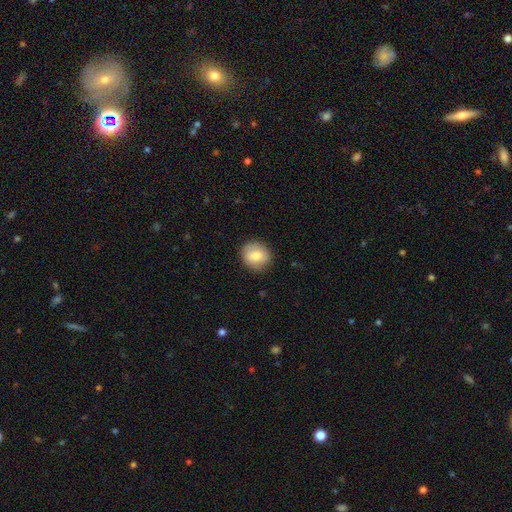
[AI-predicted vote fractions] Overall: smooth (79%). How rounded: round (81%). Merging: none (87%).